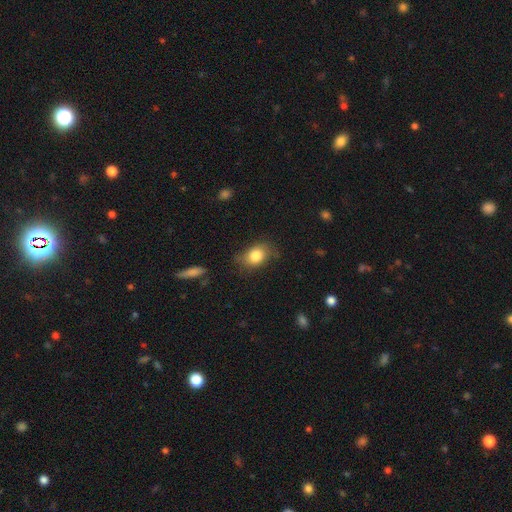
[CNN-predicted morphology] smooth_or_featured: smooth (p=0.82) [alt: featured or disk p=0.10]
how_rounded: in between (p=0.71) [alt: round p=0.27]
merging: none (p=0.72) [alt: minor disturbance p=0.21]